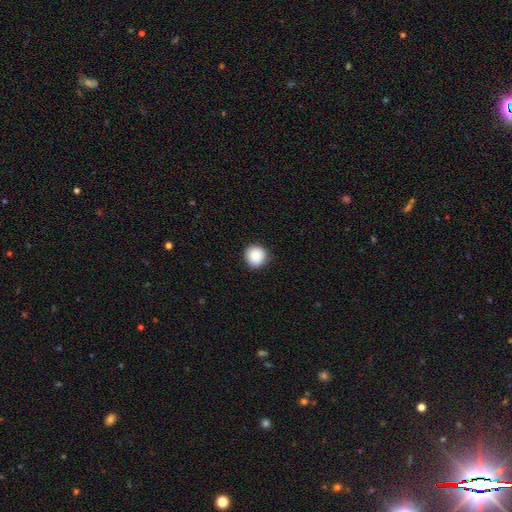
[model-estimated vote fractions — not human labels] A smooth galaxy with no disk features (86%) that is round (92%). Merging: none (87%).